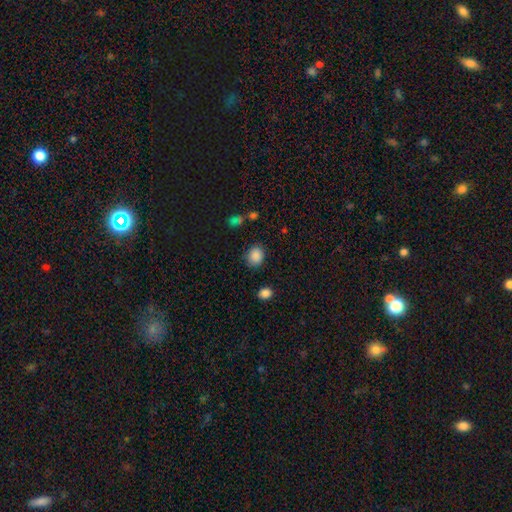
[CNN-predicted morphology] Smooth or featured? Predicted: smooth (p=0.87). How rounded? Predicted: round (p=0.72). Merging? Predicted: none (p=0.82).